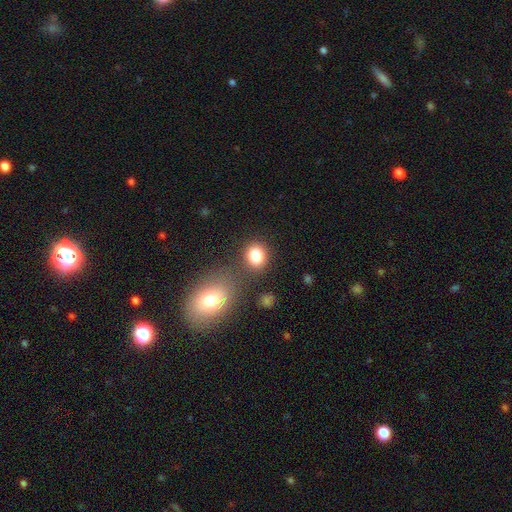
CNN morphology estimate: This appears to be a smooth galaxy with no disk features (85%) that is round (61%). Merging: none (71%).